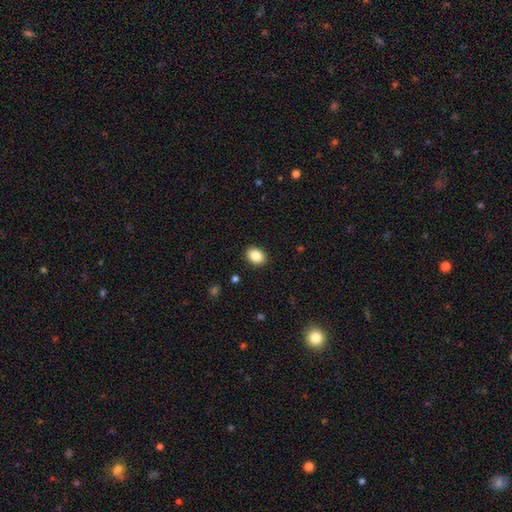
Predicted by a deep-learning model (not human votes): Smooth or featured? Predicted: smooth (p=0.86). How rounded? Predicted: in between (p=0.71). Merging? Predicted: none (p=0.90).